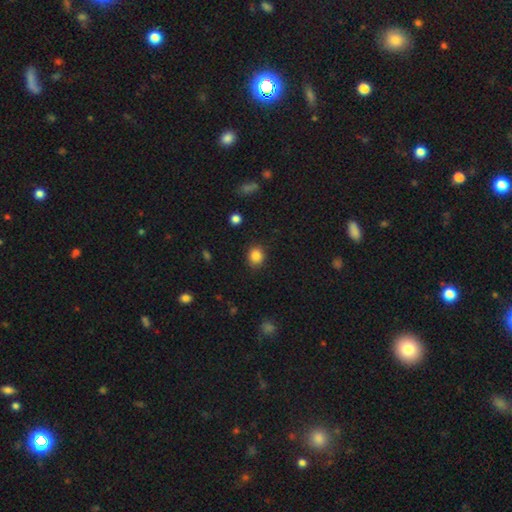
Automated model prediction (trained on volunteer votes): Q: Smooth or featured?
A: smooth (85%); runner-up: star or artifact (11%)
Q: How rounded?
A: round (75%); runner-up: in between (24%)
Q: Merging?
A: none (86%); runner-up: minor disturbance (9%)